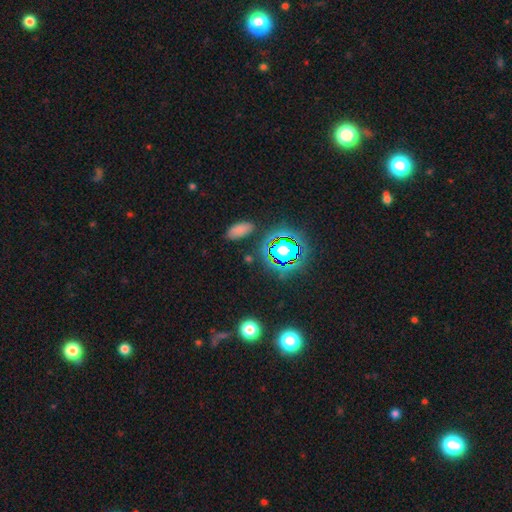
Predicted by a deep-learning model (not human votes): The model was most divided on "smooth or featured": star or artifact: 64%, smooth: 24%, featured or disk: 12%.